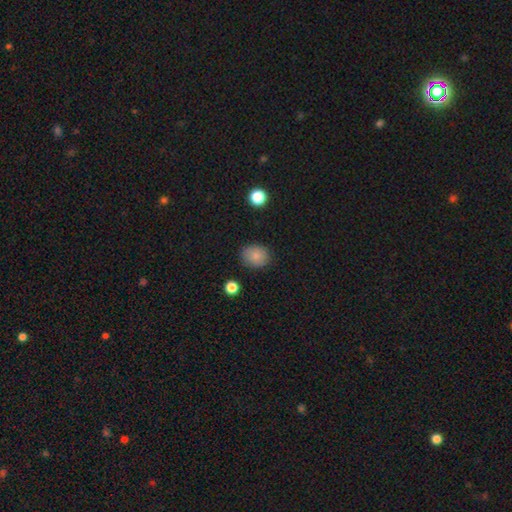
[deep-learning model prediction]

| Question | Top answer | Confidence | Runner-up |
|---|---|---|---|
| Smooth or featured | smooth | 84% | star or artifact (9%) |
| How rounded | round | 60% | in between (40%) |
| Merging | none | 85% | minor disturbance (11%) |